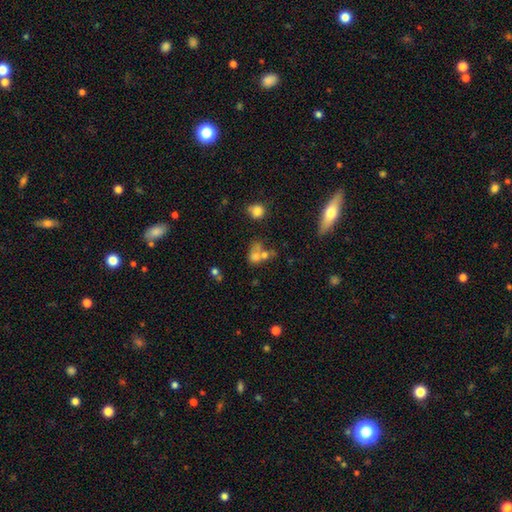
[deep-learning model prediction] Q: Smooth or featured?
A: smooth (65%); runner-up: featured or disk (18%)
Q: How rounded?
A: in between (57%); runner-up: round (40%)
Q: Merging?
A: merger (53%); runner-up: none (25%)